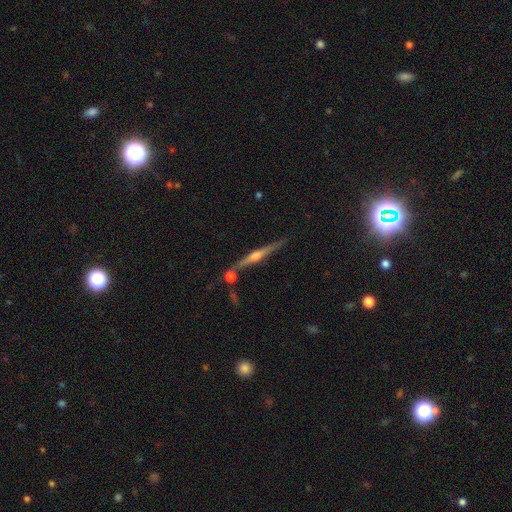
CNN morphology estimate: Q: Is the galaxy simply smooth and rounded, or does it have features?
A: featured or disk — 81%.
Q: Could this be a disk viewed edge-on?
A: yes — 98%.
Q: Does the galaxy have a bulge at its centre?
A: rounded — 86%.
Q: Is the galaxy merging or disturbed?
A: none — 78%.